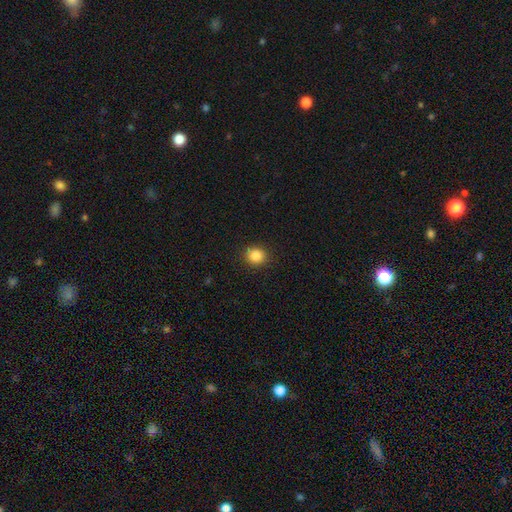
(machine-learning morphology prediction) Smooth or featured? Predicted: smooth (p=0.86). How rounded? Predicted: round (p=0.83). Merging? Predicted: none (p=0.90).